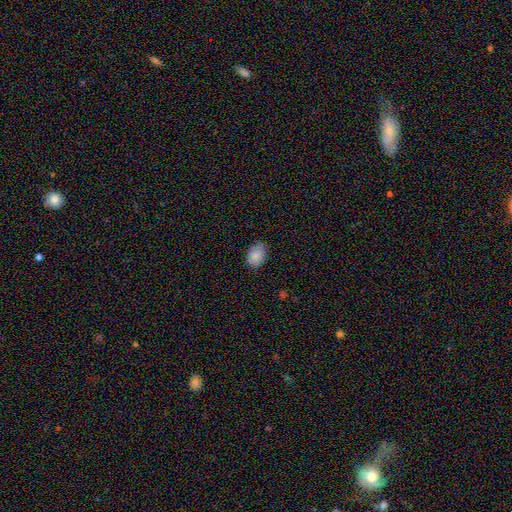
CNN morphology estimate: type=smooth (87%); roundness=in between (82%); merging=none (80%).